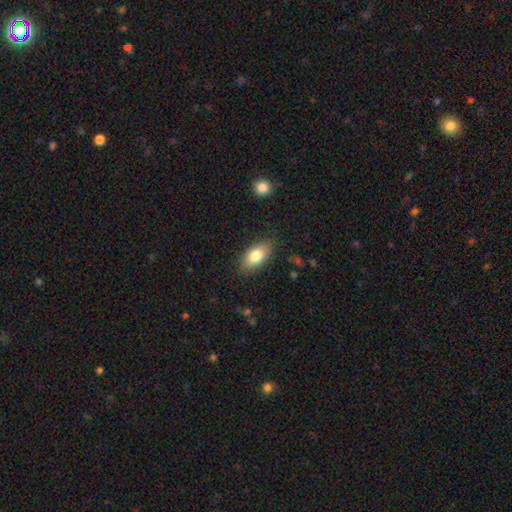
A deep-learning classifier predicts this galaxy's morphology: Smooth or featured? smooth (80%)
How rounded? in between (89%)
Merging? none (84%)